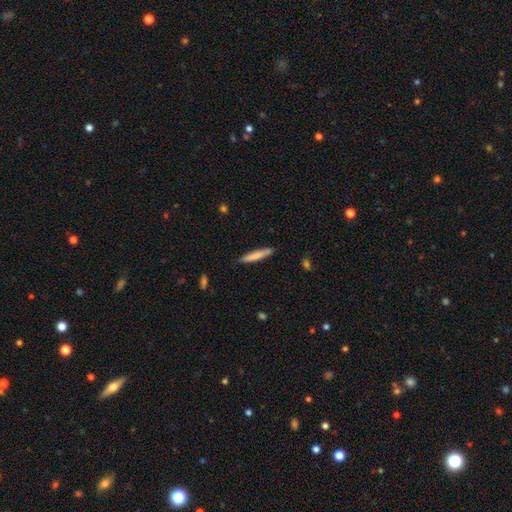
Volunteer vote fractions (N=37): A smooth galaxy with no disk features (76%) that is cigar-shaped (93%).

Vote fractions:
- Smooth or featured? smooth: 76% / featured or disk: 22% / star or artifact: 3%
- How rounded? cigar-shaped: 93% / in between: 7% / round: 0%
- Merging? none: 86% / minor disturbance: 11% / major disturbance: 3% / merger: 0%